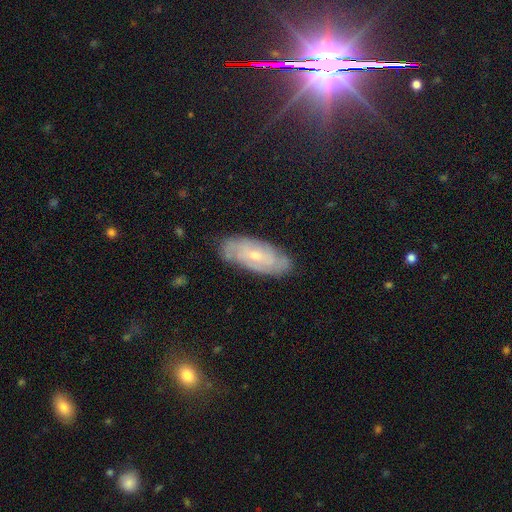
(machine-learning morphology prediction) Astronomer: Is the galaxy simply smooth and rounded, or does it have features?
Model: featured or disk — 70%.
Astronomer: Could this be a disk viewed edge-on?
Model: no — 89%.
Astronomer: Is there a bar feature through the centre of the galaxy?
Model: no — 54% (runner-up: weak, 37%).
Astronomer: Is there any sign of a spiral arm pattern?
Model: yes — 87%.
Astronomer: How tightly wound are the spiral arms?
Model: tight — 68%.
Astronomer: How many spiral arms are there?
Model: can't tell — 52%.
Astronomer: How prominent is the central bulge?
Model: small — 64%.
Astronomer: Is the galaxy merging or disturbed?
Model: none — 80%.